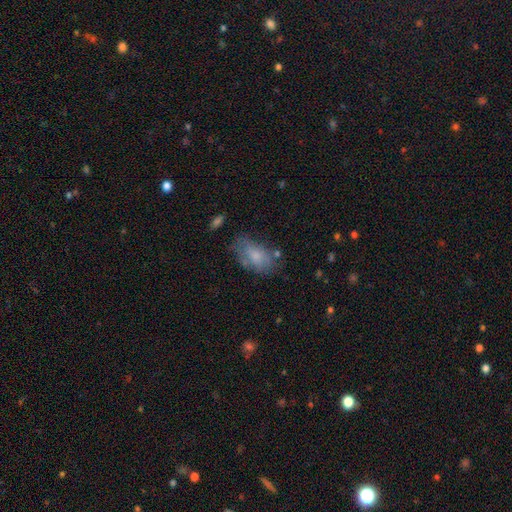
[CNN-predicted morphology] type=smooth (72%); roundness=in between (91%); merging=none (55%).